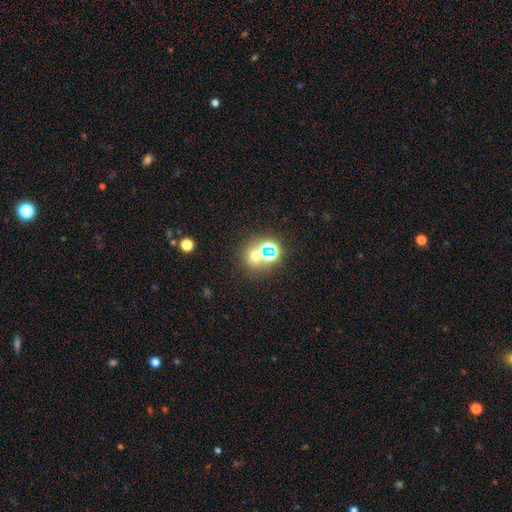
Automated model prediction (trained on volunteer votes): A smooth galaxy with no disk features (55%) that is round (82%). Merging: none (62%).